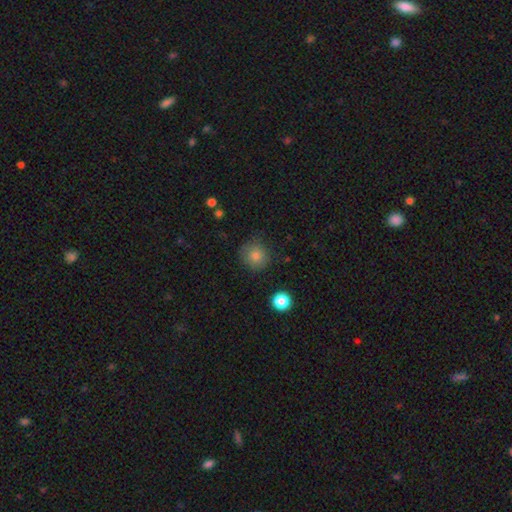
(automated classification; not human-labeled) A smooth galaxy with no disk features (80%) that is round (90%).

Vote fractions:
- Smooth or featured? smooth: 80% / star or artifact: 12% / featured or disk: 7%
- How rounded? round: 90% / in between: 9% / cigar-shaped: 1%
- Merging? none: 81% / minor disturbance: 14% / major disturbance: 3% / merger: 2%